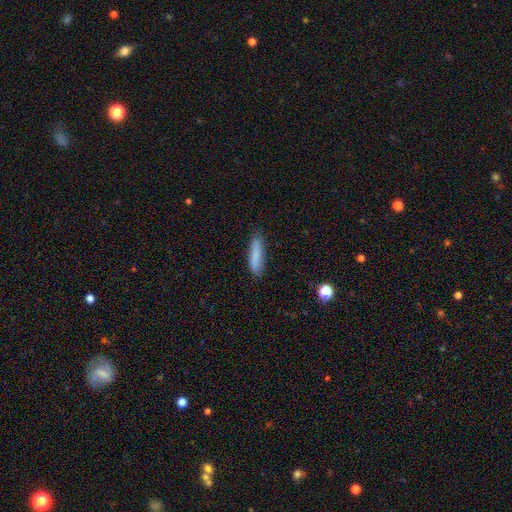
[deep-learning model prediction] A smooth galaxy with no disk features (82%) that is cigar-shaped (78%). Merging: none (81%).